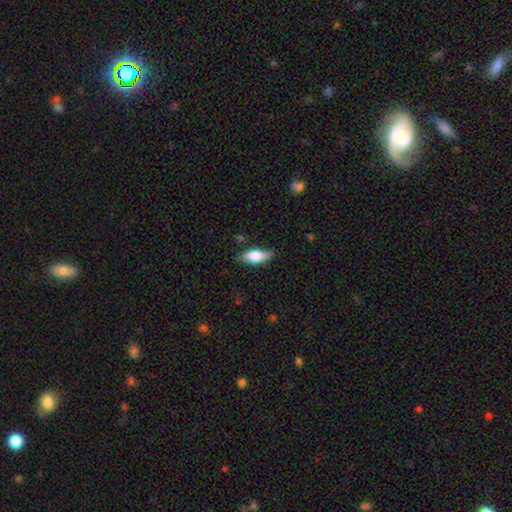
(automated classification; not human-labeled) Smooth or featured? Predicted: smooth (p=0.72). How rounded? Predicted: in between (p=0.75). Merging? Predicted: none (p=0.76).